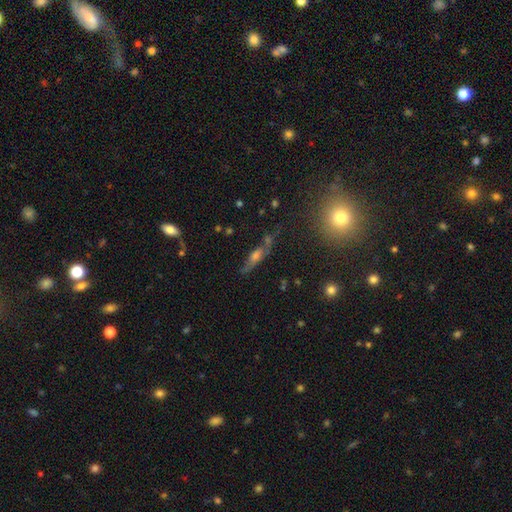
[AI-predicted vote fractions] Smooth or featured? Predicted: featured or disk (p=0.48). Merging? Predicted: none (p=0.61).